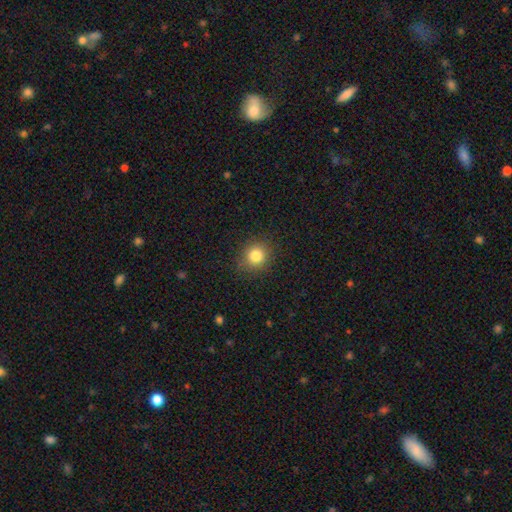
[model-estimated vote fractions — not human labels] Smooth or featured?
  - smooth: 82% *
  - star or artifact: 12%
  - featured or disk: 6%
How rounded?
  - round: 86% *
  - in between: 13%
  - cigar-shaped: 1%
Merging?
  - none: 88% *
  - minor disturbance: 8%
  - major disturbance: 3%
  - merger: 1%